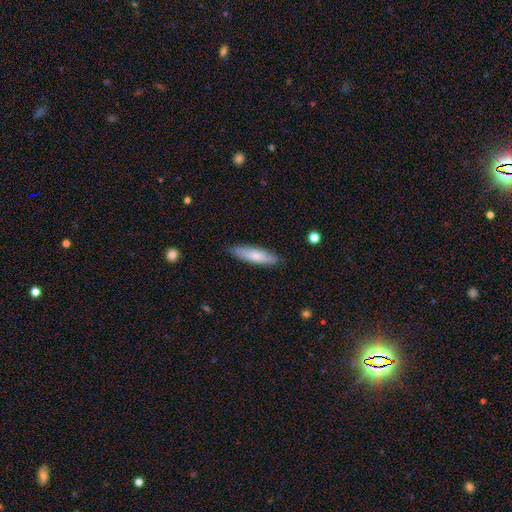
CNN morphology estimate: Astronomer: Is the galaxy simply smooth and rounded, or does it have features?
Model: smooth — 75%.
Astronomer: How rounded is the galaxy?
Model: cigar-shaped — 67%.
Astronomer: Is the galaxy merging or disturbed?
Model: none — 85%.